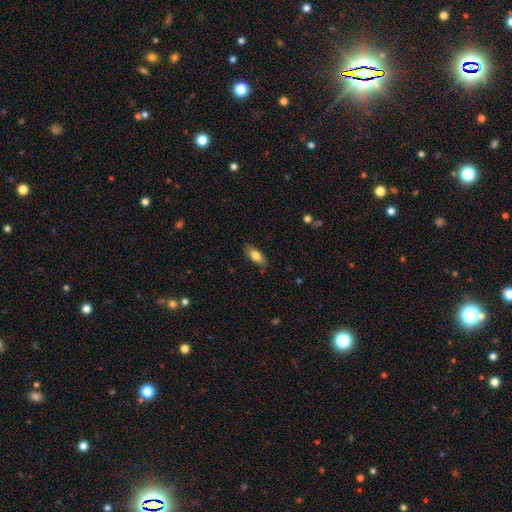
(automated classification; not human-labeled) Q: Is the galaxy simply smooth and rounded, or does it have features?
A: smooth — 78%.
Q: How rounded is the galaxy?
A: in between — 84%.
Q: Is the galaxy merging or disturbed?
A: none — 82%.